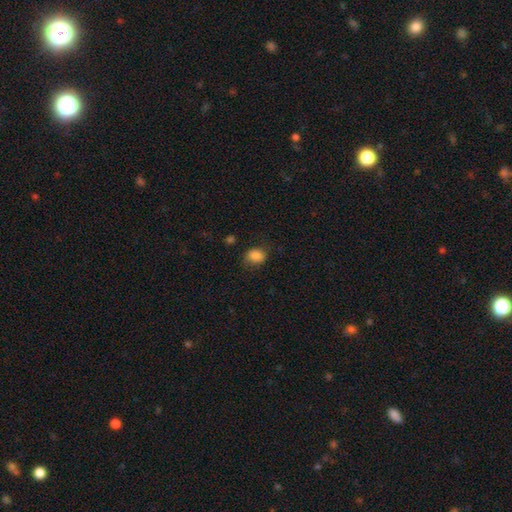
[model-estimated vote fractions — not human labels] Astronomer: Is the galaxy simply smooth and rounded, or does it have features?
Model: smooth — 85%.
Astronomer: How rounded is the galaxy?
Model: in between — 50% (runner-up: round, 49%).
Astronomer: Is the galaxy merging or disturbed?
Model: none — 68%.